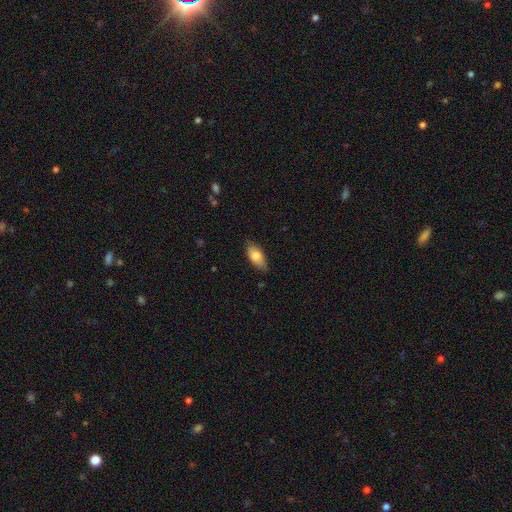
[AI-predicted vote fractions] Morphology: type=smooth (77%); roundness=in between (88%); merging=none (76%).